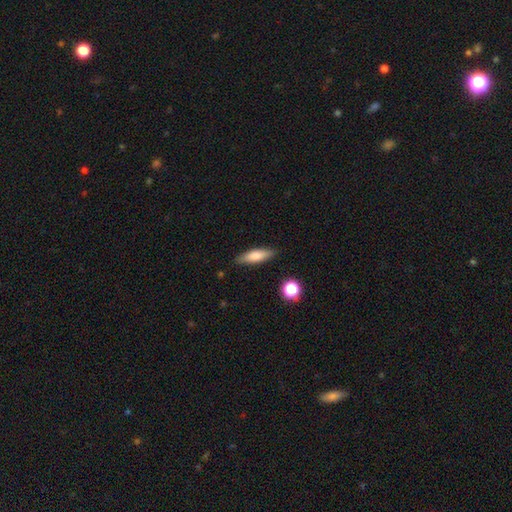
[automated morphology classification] Smooth or featured?
  - smooth: 72% *
  - featured or disk: 21%
  - star or artifact: 7%
How rounded?
  - cigar-shaped: 58% *
  - in between: 39%
  - round: 3%
Merging?
  - none: 86% *
  - minor disturbance: 10%
  - major disturbance: 2%
  - merger: 2%